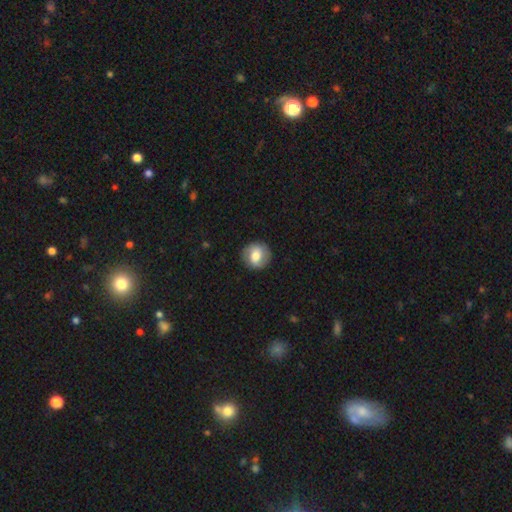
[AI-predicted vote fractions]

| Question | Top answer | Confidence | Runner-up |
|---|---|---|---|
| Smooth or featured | smooth | 65% | featured or disk (27%) |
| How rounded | round | 87% | in between (12%) |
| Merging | none | 87% | minor disturbance (9%) |